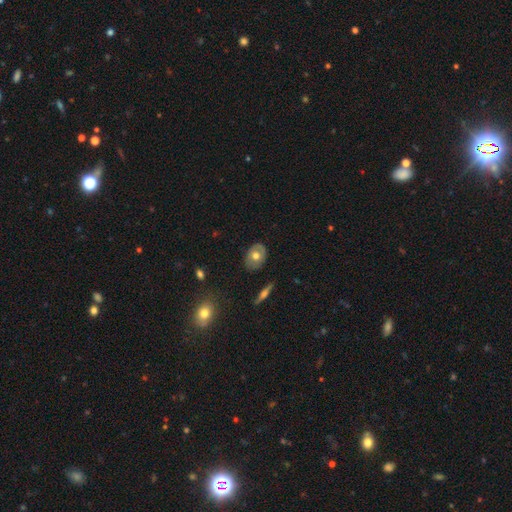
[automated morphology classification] Q: Smooth or featured?
A: smooth (53%); runner-up: featured or disk (39%)
Q: How rounded?
A: in between (63%); runner-up: round (35%)
Q: Merging?
A: none (78%); runner-up: minor disturbance (17%)